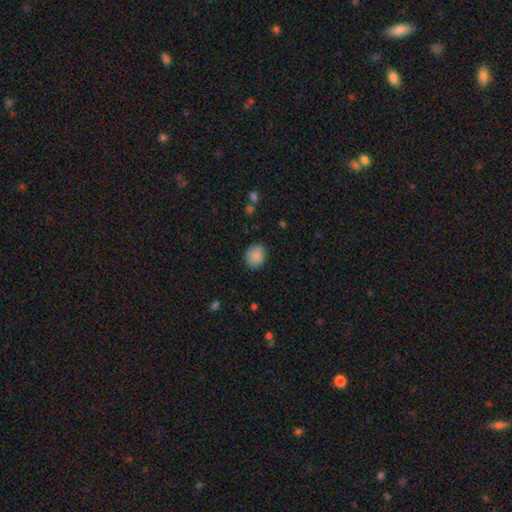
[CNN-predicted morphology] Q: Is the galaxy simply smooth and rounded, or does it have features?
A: smooth — 87%.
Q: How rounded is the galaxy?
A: round — 63%.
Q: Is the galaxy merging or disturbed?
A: none — 86%.